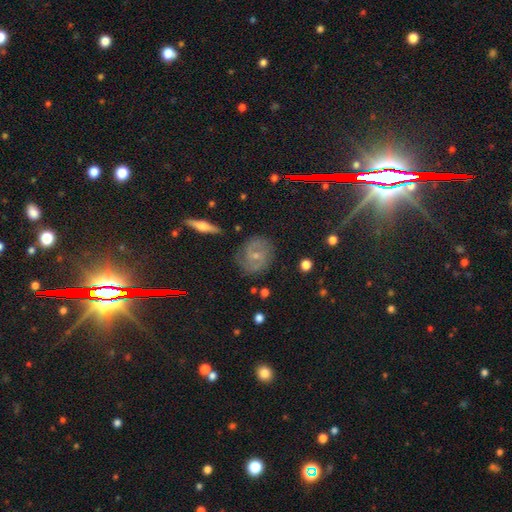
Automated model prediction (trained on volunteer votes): Smooth or featured? Predicted: featured or disk (p=0.69). Edge-on disk? Predicted: no (p=0.95). Bar? Predicted: no (p=0.57). Spiral arms? Predicted: yes (p=0.89). Spiral winding? Predicted: tight (p=0.49). Spiral arm count? Predicted: 2 (p=0.63). Bulge size? Predicted: small (p=0.70). Merging? Predicted: none (p=0.77).